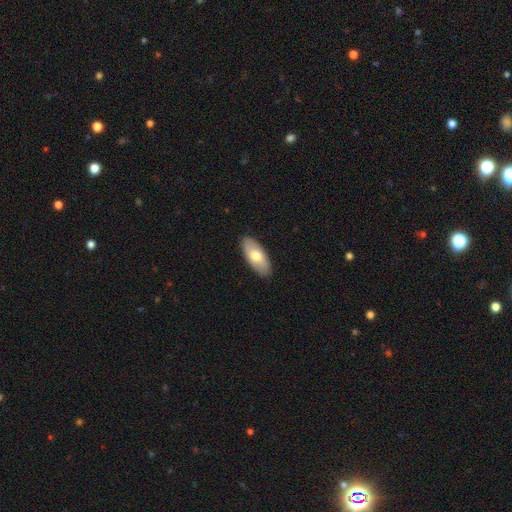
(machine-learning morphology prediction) Smooth or featured? Predicted: smooth (p=0.68). How rounded? Predicted: in between (p=0.88). Merging? Predicted: none (p=0.89).